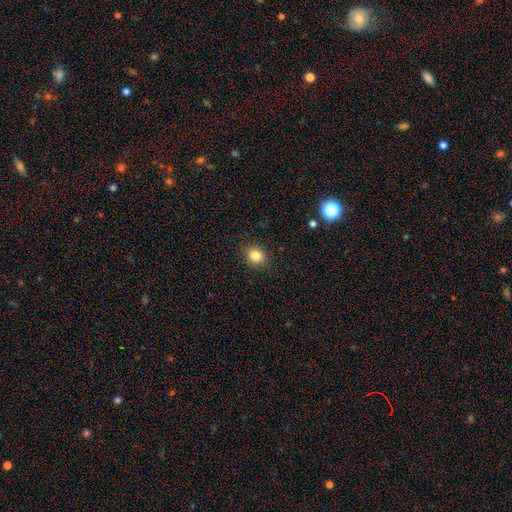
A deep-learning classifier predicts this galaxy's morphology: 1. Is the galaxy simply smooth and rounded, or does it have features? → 82% smooth, 12% star or artifact, 6% featured or disk.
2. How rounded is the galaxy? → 71% round, 28% in between, 1% cigar-shaped.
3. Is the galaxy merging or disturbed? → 88% none, 9% minor disturbance, 2% major disturbance, 1% merger.